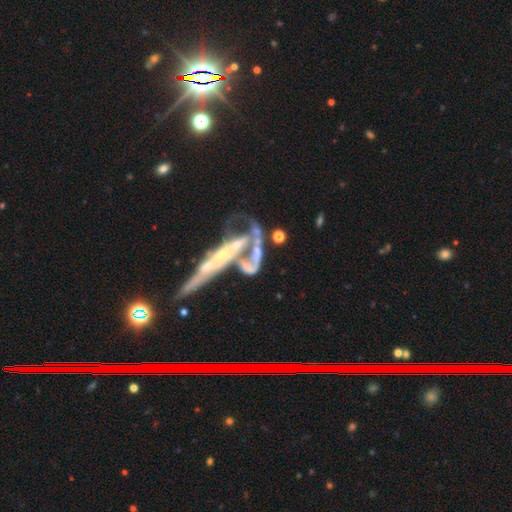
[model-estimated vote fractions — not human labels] smooth_or_featured: featured or disk (p=0.68) [alt: smooth p=0.21]
disk_edge_on: no (p=0.74) [alt: yes p=0.26]
merging: merger (p=0.55) [alt: major disturbance p=0.21]